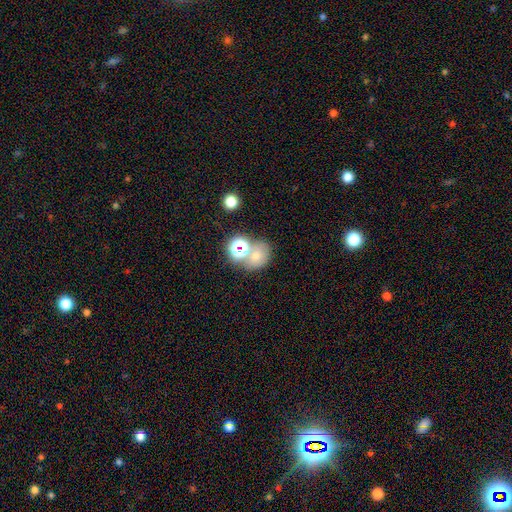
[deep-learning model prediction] This is possibly a smooth galaxy (55%). How rounded: likely round (61%). Merging: possibly none (52%).